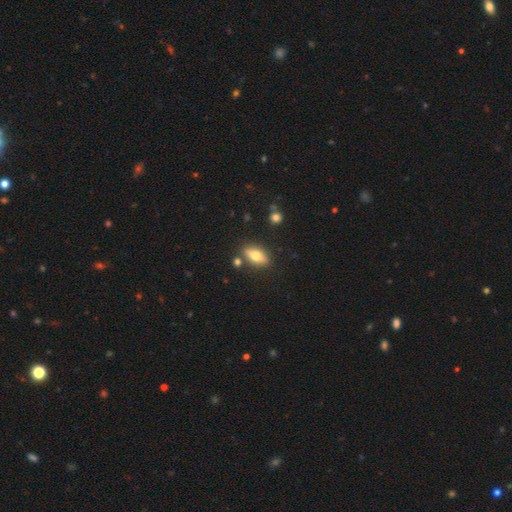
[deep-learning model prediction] Smooth or featured: smooth — 65% (featured or disk — 28%)
How rounded: in between — 78% (cigar-shaped — 16%)
Merging: none — 82% (minor disturbance — 10%)